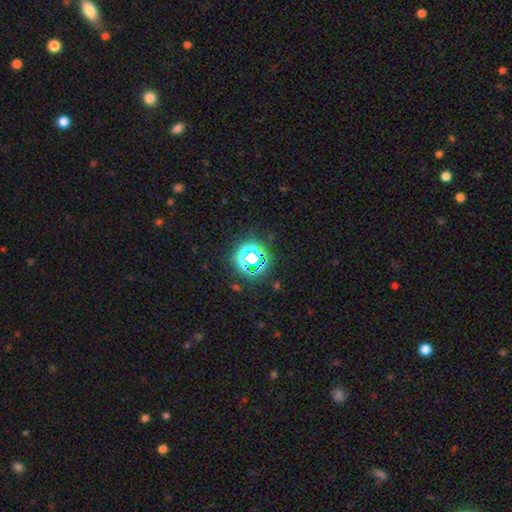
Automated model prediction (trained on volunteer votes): A star or artifact, not a galaxy (68%).

Vote fractions:
- Smooth or featured? star or artifact: 68% / smooth: 22% / featured or disk: 10%